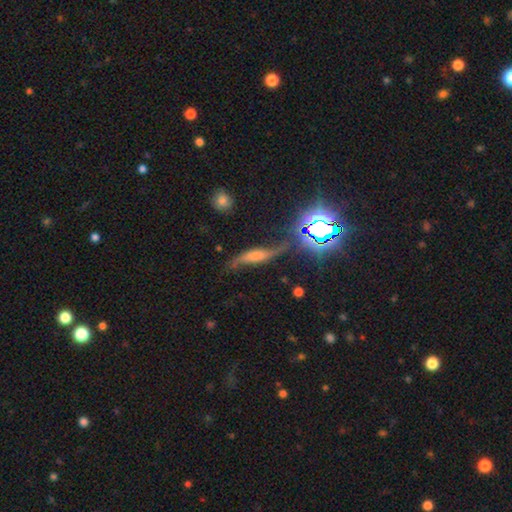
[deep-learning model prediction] This is likely a featured or disk galaxy (65%). It is likely not viewed edge-on (65%). Merging: likely none (63%).